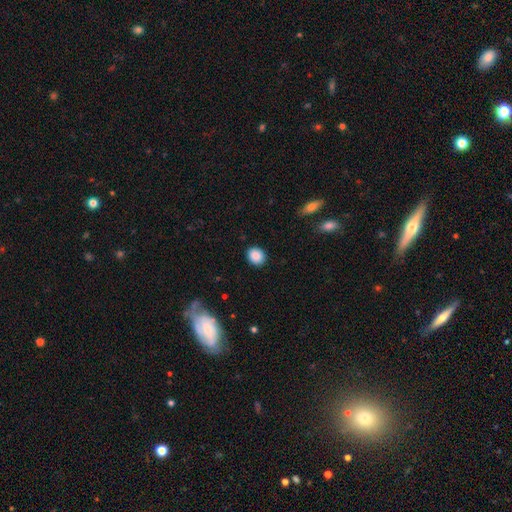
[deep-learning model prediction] This appears to be a smooth galaxy with no disk features (88%) that is round (70%). Merging: none (89%).